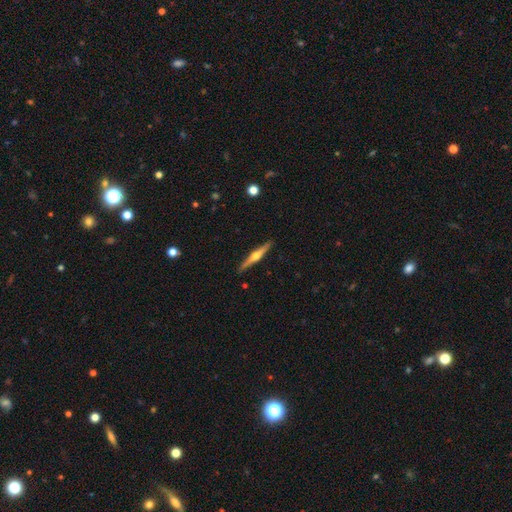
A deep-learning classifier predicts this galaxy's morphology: featured or disk 70%, smooth 25%, star or artifact 5%. Down the decision tree: edge-on disk — yes (98%); edge-on bulge — rounded (92%); merging — none (90%).